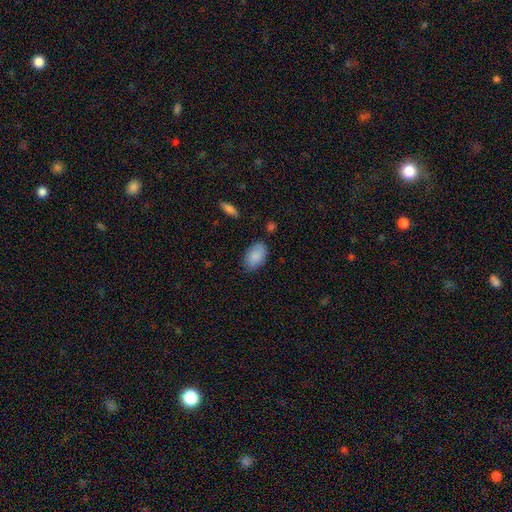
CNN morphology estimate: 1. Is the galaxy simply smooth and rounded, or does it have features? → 87% smooth, 6% star or artifact, 6% featured or disk.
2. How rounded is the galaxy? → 92% in between, 7% round, 1% cigar-shaped.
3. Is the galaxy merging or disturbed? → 78% none, 17% minor disturbance, 3% major disturbance, 2% merger.